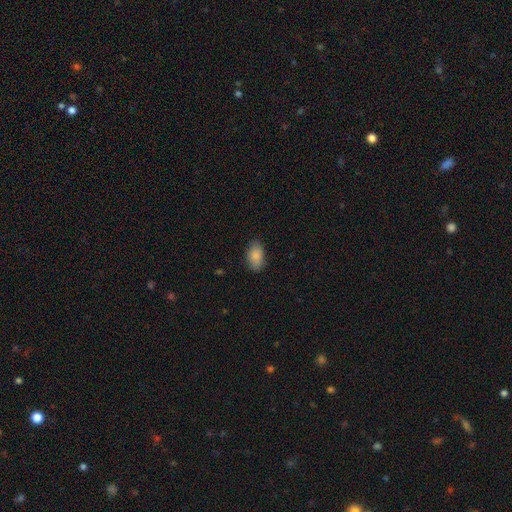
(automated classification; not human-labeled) A smooth galaxy with no disk features (87%) that is in between round and cigar-shaped (93%). Merging: none (83%).